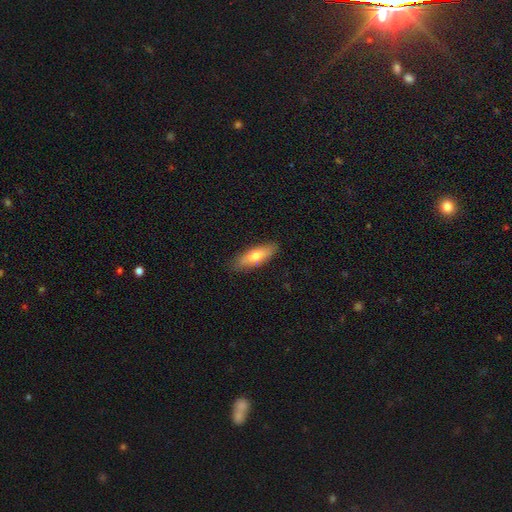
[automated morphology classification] A smooth galaxy with no disk features (69%) that is in between round and cigar-shaped (53%).

Vote fractions:
- Smooth or featured? smooth: 69% / featured or disk: 25% / star or artifact: 6%
- How rounded? in between: 53% / cigar-shaped: 44% / round: 2%
- Merging? none: 86% / minor disturbance: 11% / major disturbance: 2% / merger: 1%